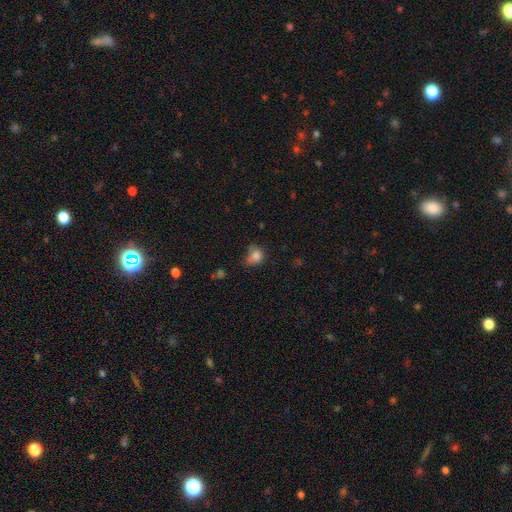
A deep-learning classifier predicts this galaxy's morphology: smooth_or_featured: smooth (p=0.81) [alt: star or artifact p=0.12]
how_rounded: round (p=0.67) [alt: in between p=0.32]
merging: none (p=0.46) [alt: minor disturbance p=0.35]